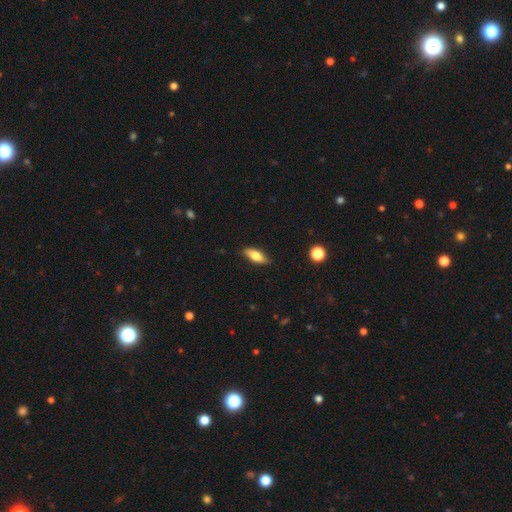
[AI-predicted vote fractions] Q: Smooth or featured?
A: smooth (72%); runner-up: featured or disk (21%)
Q: How rounded?
A: in between (72%); runner-up: cigar-shaped (25%)
Q: Merging?
A: none (84%); runner-up: minor disturbance (13%)